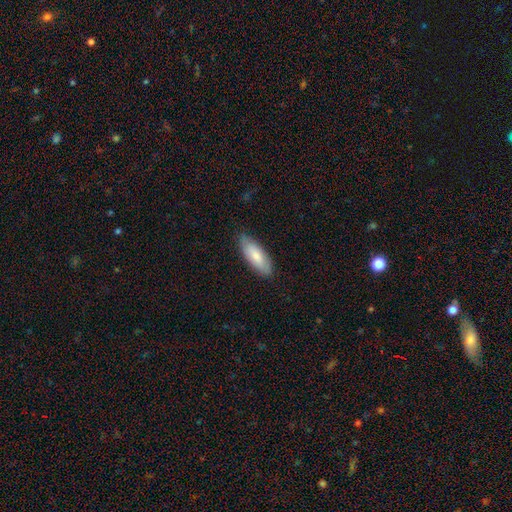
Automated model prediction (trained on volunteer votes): smooth_or_featured: smooth (p=0.78) [alt: featured or disk p=0.16]
how_rounded: in between (p=0.71) [alt: cigar-shaped p=0.27]
merging: none (p=0.82) [alt: minor disturbance p=0.15]